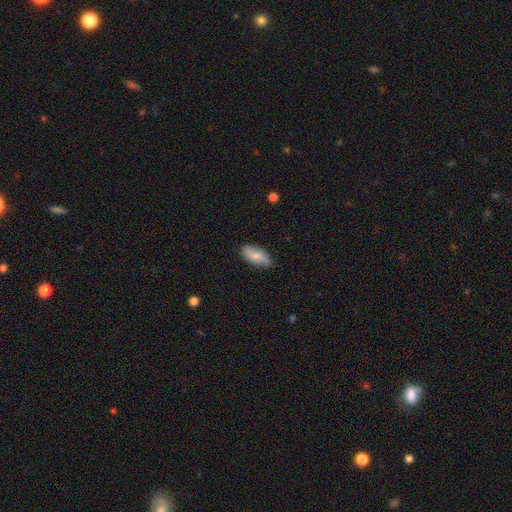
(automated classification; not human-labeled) Overall: smooth (77%). How rounded: in between (88%). Merging: none (78%).